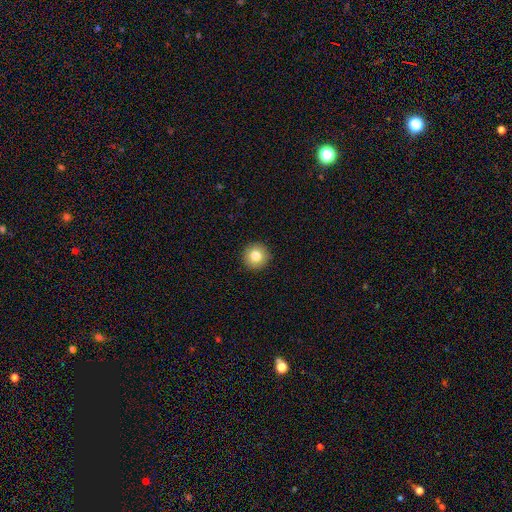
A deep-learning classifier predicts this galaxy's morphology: This is clearly a smooth galaxy (80%). How rounded: clearly round (95%). Merging: clearly none (93%).